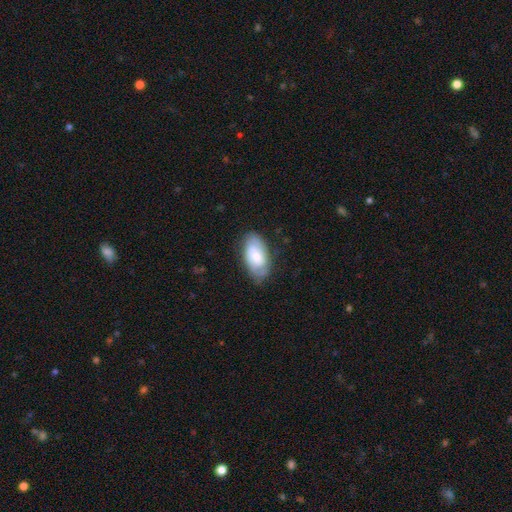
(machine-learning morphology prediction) Overall: featured or disk (49%; smooth 45%). Merging: none (73%).